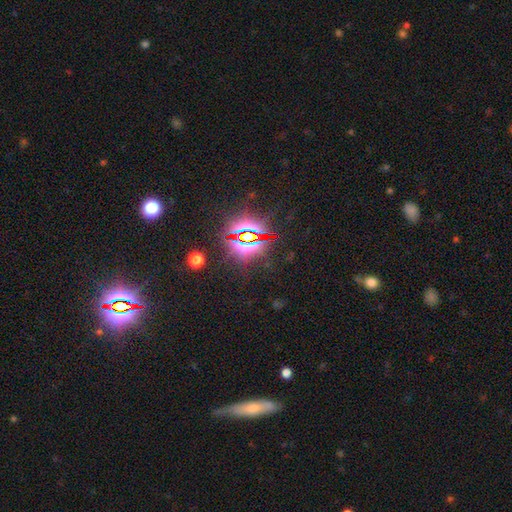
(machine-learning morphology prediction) Smooth or featured: star or artifact — 80% (smooth — 12%)